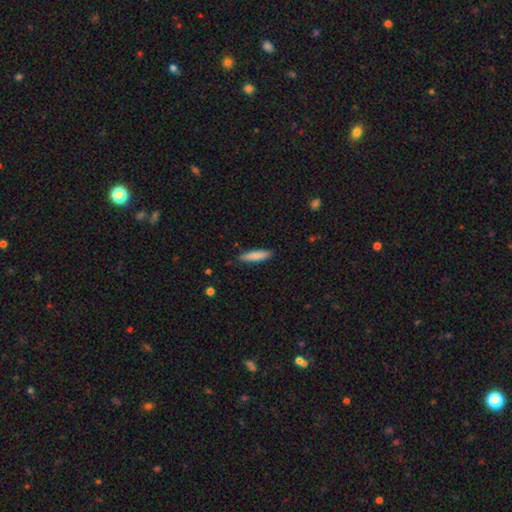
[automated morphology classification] Overall: smooth (84%). How rounded: cigar-shaped (81%). Merging: none (87%).